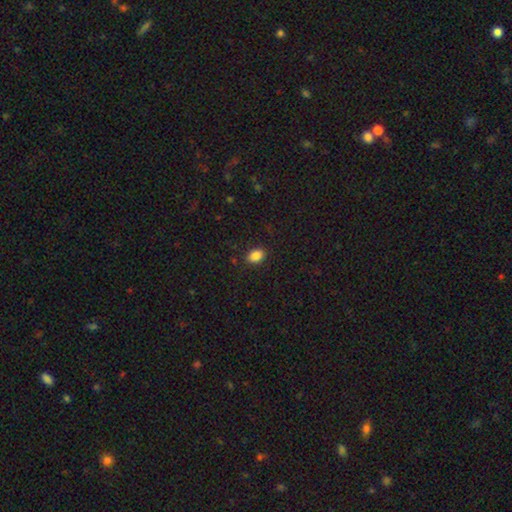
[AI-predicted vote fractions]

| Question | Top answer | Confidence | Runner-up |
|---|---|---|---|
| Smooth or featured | smooth | 86% | star or artifact (10%) |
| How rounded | in between | 77% | round (22%) |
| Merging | none | 88% | minor disturbance (9%) |